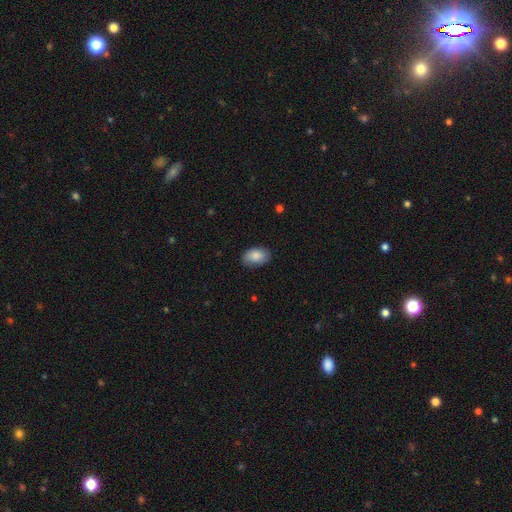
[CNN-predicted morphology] Smooth or featured? Predicted: smooth (p=0.86). How rounded? Predicted: in between (p=0.91). Merging? Predicted: none (p=0.83).